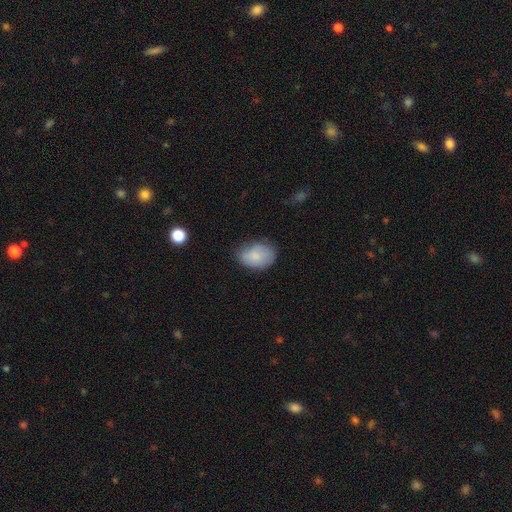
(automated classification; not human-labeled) This is clearly a smooth galaxy (83%). How rounded: clearly in between (80%). Merging: likely none (68%).